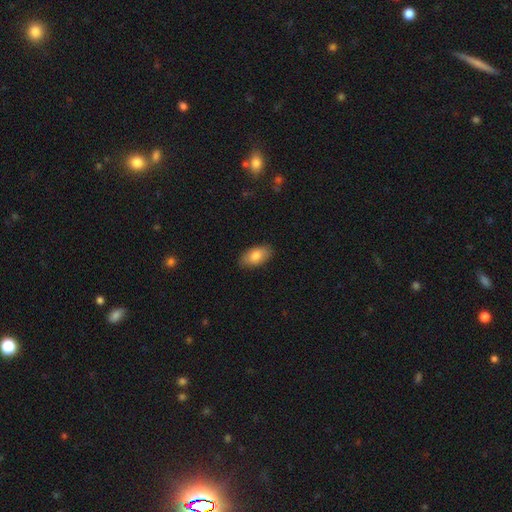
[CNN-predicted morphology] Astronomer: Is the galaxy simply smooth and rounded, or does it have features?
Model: smooth — 82%.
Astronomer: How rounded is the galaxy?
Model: in between — 93%.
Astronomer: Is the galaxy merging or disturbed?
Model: none — 86%.